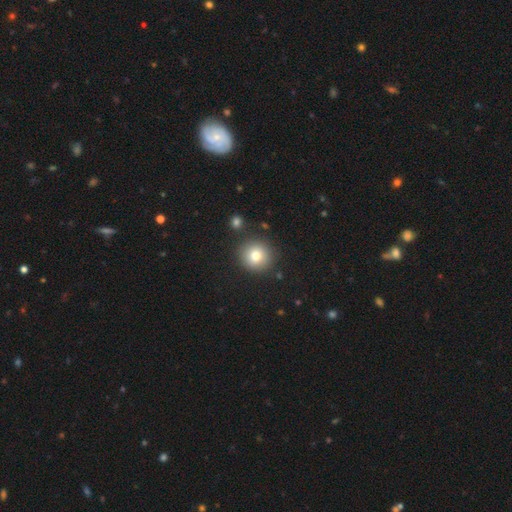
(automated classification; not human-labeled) A smooth galaxy with no disk features (79%) that is round (93%).

Vote fractions:
- Smooth or featured? smooth: 79% / star or artifact: 11% / featured or disk: 10%
- How rounded? round: 93% / in between: 6% / cigar-shaped: 1%
- Merging? none: 86% / minor disturbance: 8% / merger: 4% / major disturbance: 3%